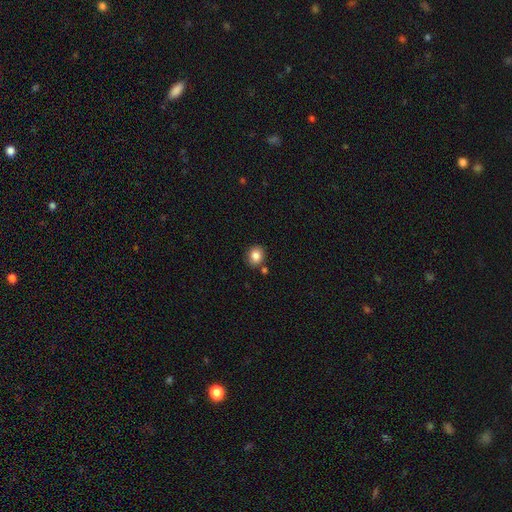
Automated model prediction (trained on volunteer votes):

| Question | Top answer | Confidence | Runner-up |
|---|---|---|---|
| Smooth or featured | smooth | 85% | star or artifact (9%) |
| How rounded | round | 65% | in between (34%) |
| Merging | none | 80% | minor disturbance (10%) |